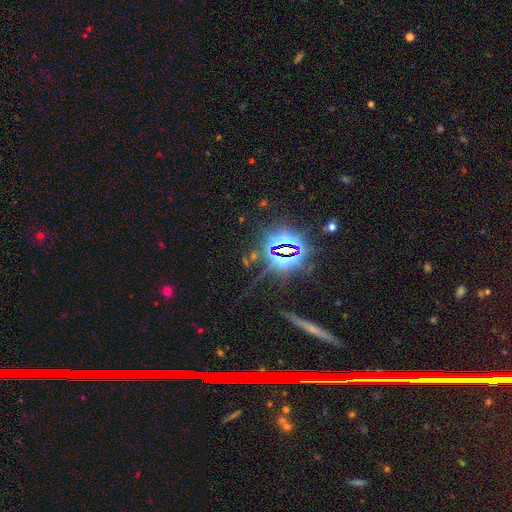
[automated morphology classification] star or artifact 81%, featured or disk 10%, smooth 9%.